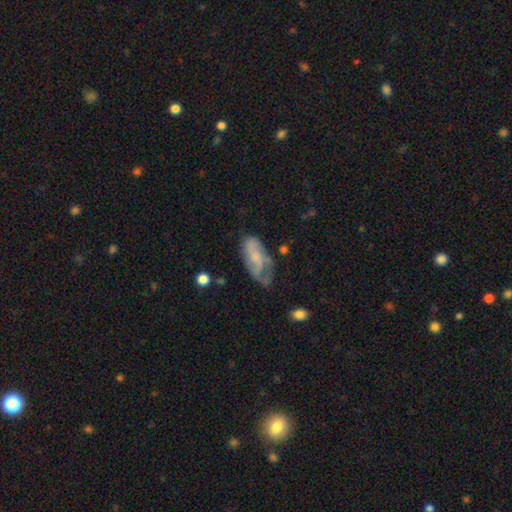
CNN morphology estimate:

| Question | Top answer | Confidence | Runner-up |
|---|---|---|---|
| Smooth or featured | featured or disk | 54% | smooth (34%) |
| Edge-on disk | no | 89% | yes (11%) |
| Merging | none | 61% | minor disturbance (24%) |